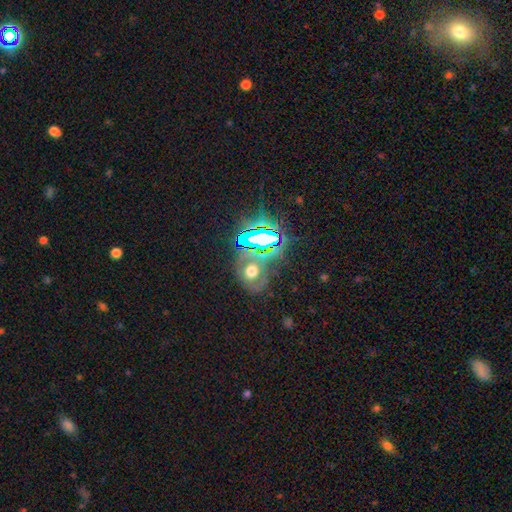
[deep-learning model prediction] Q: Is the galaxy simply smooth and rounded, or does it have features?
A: star or artifact — 74%.